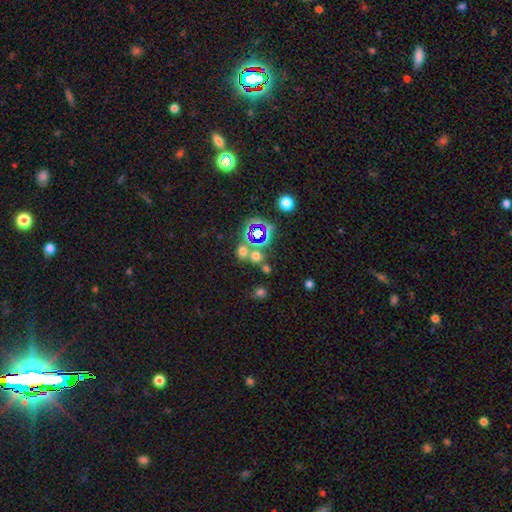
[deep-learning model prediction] smooth-or-featured: smooth: 50% | star or artifact: 39% | featured or disk: 11%
  how-rounded: round: 80% | in between: 18% | cigar-shaped: 2%
  merging: none: 56% | merger: 30% | minor disturbance: 8% | major disturbance: 5%